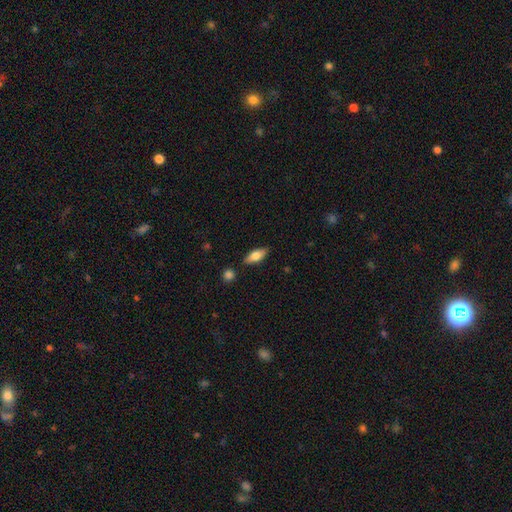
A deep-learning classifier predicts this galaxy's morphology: Smooth or featured? Predicted: smooth (p=0.72). How rounded? Predicted: in between (p=0.77). Merging? Predicted: none (p=0.84).